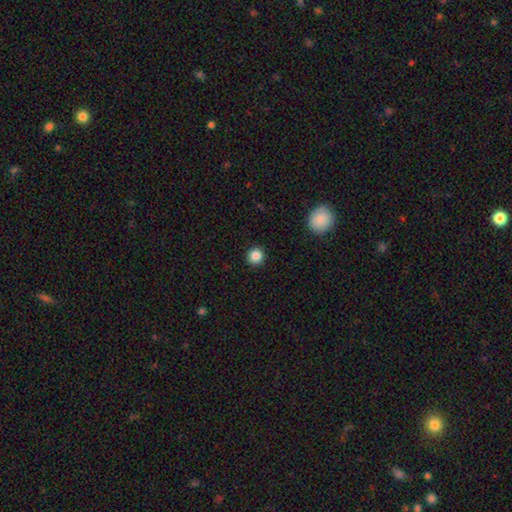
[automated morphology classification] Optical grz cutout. It shows a smooth galaxy with no disk features (86%) that is round (95%). Merging: none (93%).